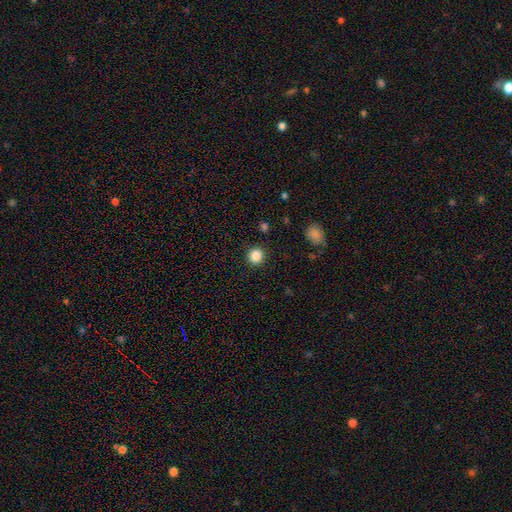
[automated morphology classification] Q: Smooth or featured?
A: smooth (86%); runner-up: star or artifact (11%)
Q: How rounded?
A: round (91%); runner-up: in between (8%)
Q: Merging?
A: none (91%); runner-up: minor disturbance (5%)